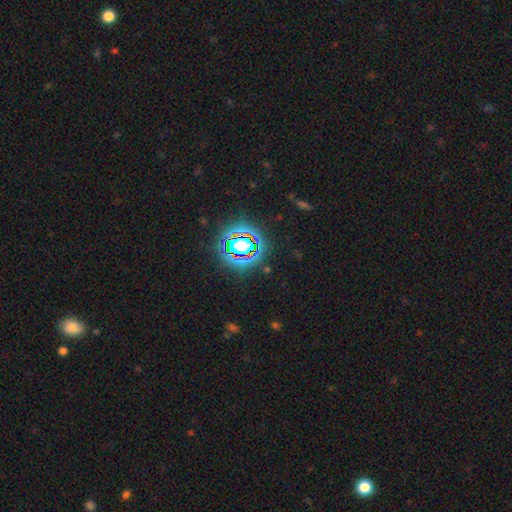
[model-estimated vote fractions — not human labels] A star or artifact, not a galaxy (81%).